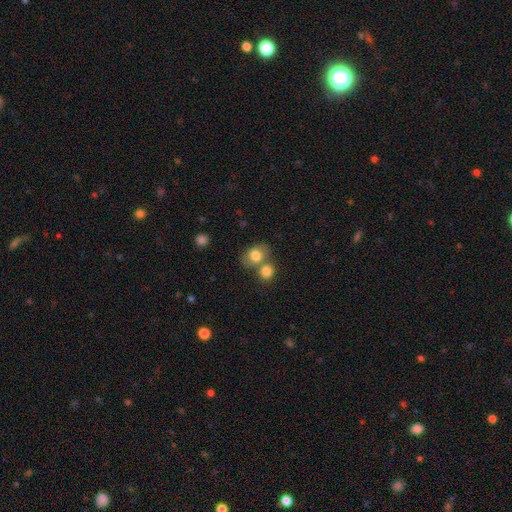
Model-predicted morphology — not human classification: Smooth or featured? smooth (78%)
How rounded? in between (53%)
Merging? none (48%)